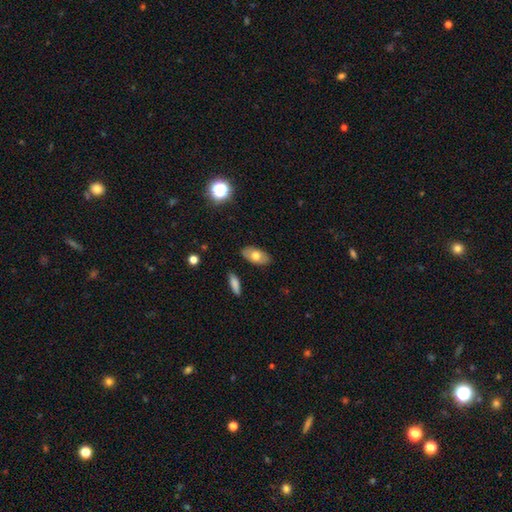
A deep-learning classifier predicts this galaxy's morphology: Smooth or featured? Predicted: smooth (p=0.69). How rounded? Predicted: in between (p=0.92). Merging? Predicted: none (p=0.86).